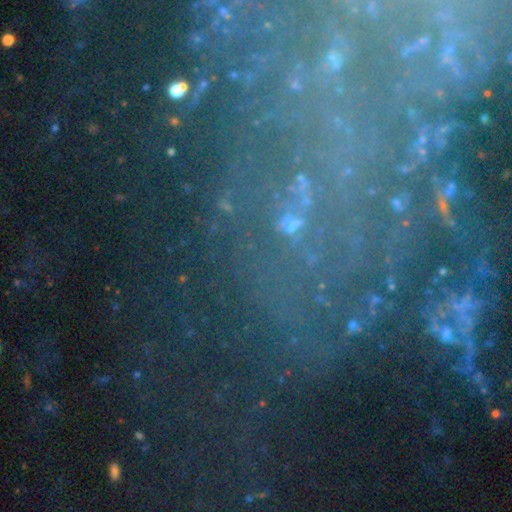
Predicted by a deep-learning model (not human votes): Smooth or featured? star or artifact (50%)